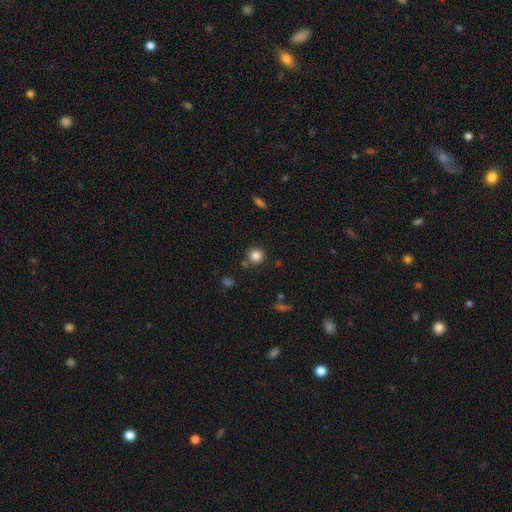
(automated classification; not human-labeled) This appears to be a smooth galaxy with no disk features (84%) that is round (92%). Merging: none (81%).